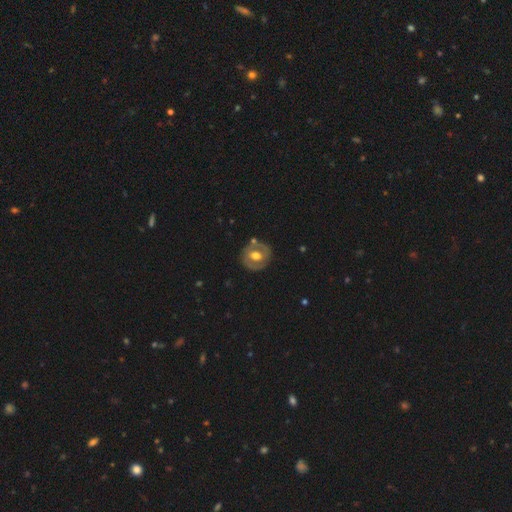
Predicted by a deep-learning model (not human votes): A featured or disk galaxy (57%) with no bar (48%), no spiral arms (66%) and a moderate central bulge (71%). Merging: none (78%).